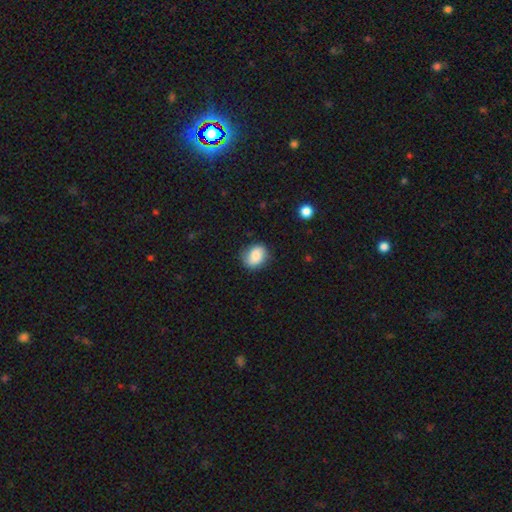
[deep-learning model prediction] Morphology: type=smooth (75%); roundness=round (51%); merging=none (74%).